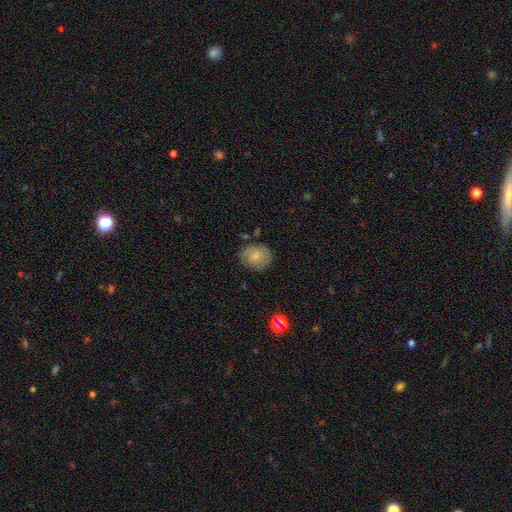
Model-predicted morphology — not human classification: Smooth or featured? Predicted: smooth (p=0.62). How rounded? Predicted: round (p=0.72). Merging? Predicted: none (p=0.72).